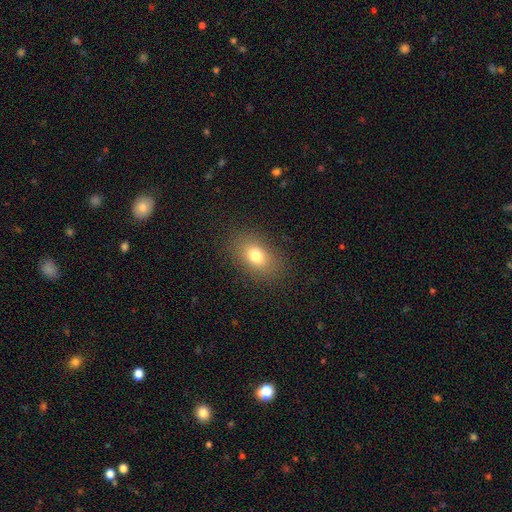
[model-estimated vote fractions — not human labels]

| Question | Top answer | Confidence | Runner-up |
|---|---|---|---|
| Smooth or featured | smooth | 77% | featured or disk (12%) |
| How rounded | in between | 82% | round (16%) |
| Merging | none | 86% | minor disturbance (9%) |